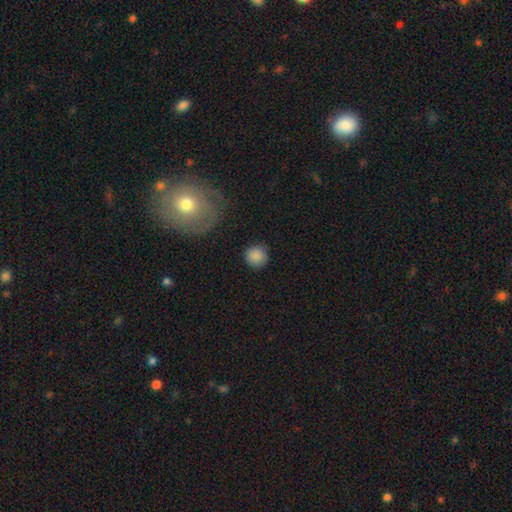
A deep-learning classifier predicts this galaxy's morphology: smooth 87%, star or artifact 8%, featured or disk 4%. Down the decision tree: how rounded — round (94%); merging — none (88%).